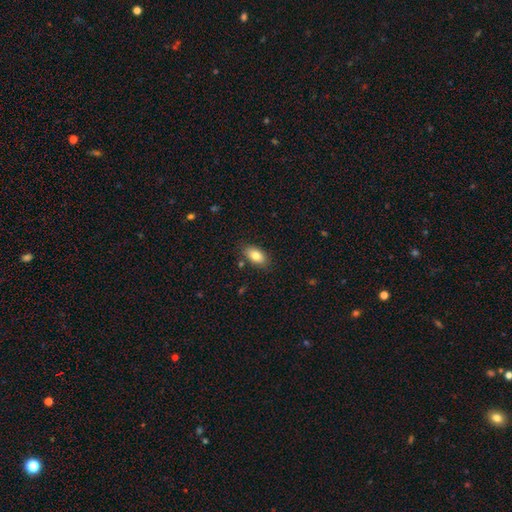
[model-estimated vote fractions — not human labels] A smooth galaxy with no disk features (82%) that is in between round and cigar-shaped (91%). Merging: none (83%).